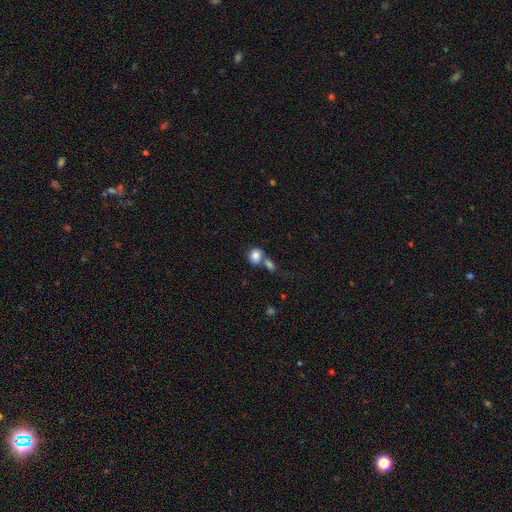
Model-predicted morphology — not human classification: type=smooth (83%); roundness=round (72%); merging=merger (45%).